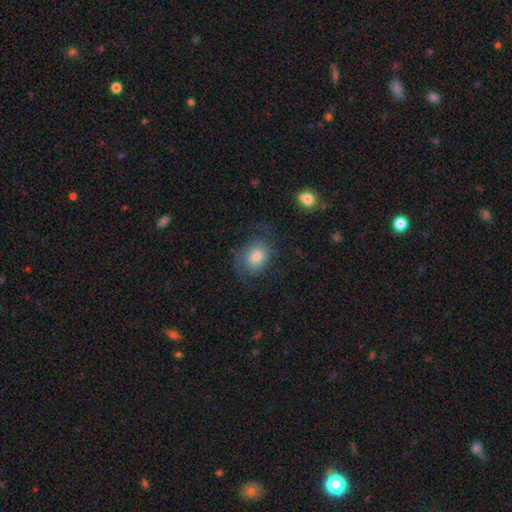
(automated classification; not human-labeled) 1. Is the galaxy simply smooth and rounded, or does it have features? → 46% smooth, 44% featured or disk, 9% star or artifact.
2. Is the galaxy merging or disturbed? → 63% none, 20% minor disturbance, 15% major disturbance, 1% merger.